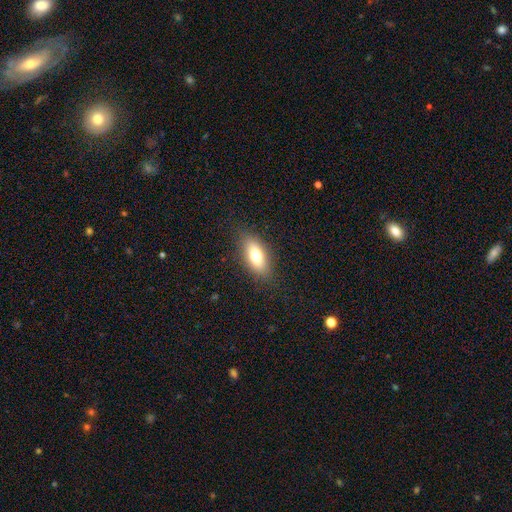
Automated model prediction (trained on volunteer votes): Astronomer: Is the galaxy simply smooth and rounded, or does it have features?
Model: smooth — 72%.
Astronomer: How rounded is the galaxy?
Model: in between — 79%.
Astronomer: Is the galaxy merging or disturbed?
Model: none — 85%.